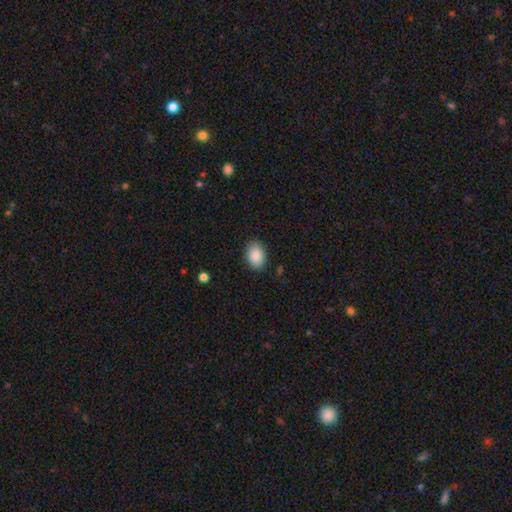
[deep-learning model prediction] This appears to be a smooth galaxy with no disk features (89%) that is in between round and cigar-shaped (80%). Merging: none (88%).